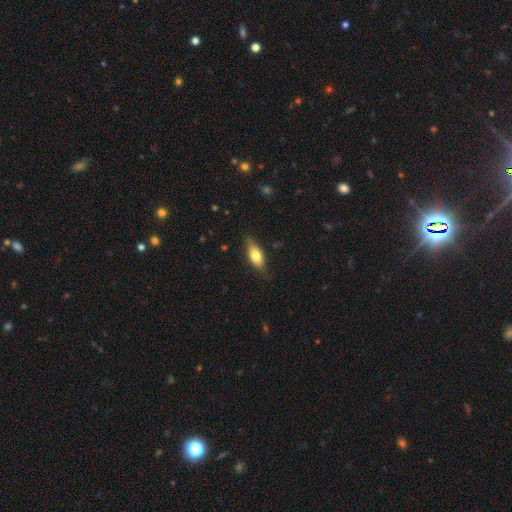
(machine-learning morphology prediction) A smooth galaxy with no disk features (68%) that is in between round and cigar-shaped (77%). Merging: none (77%).